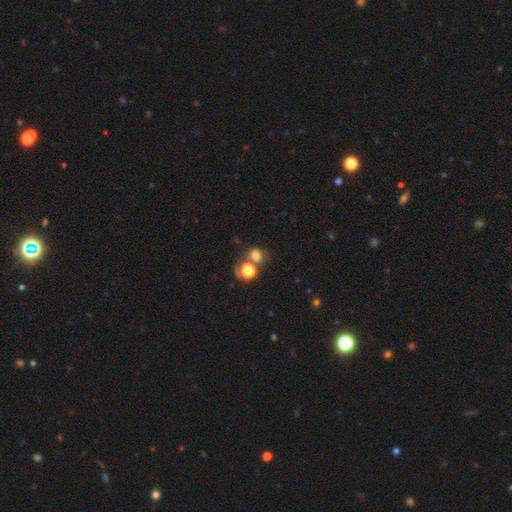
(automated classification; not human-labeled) This appears to be a smooth galaxy with no disk features (70%) that is round (71%). Merging: none (48%).